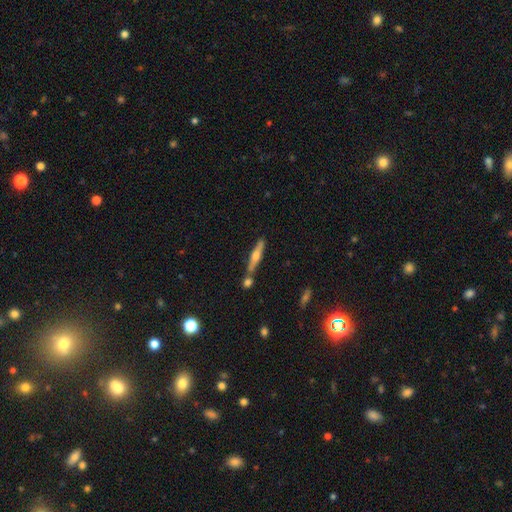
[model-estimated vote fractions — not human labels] smooth-or-featured: featured or disk: 55% | smooth: 38% | star or artifact: 7%
  disk-edge-on: yes: 94% | no: 6%
    edge-on-bulge: rounded: 87% | none: 7% | boxy: 6%
  merging: none: 69% | merger: 17% | minor disturbance: 11% | major disturbance: 3%